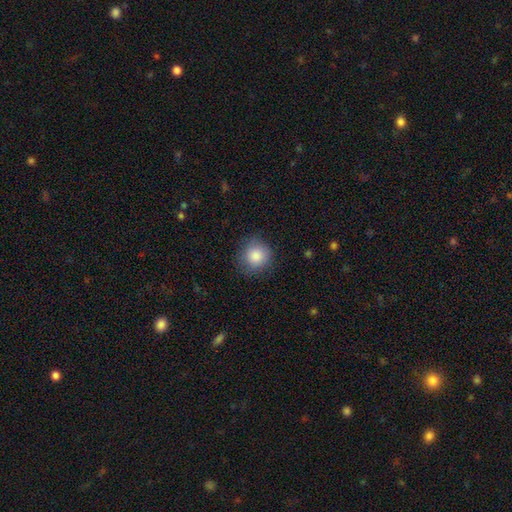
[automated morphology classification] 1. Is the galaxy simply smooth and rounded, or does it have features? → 86% smooth, 9% star or artifact, 5% featured or disk.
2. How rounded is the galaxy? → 91% round, 9% in between, 1% cigar-shaped.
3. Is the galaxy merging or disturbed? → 82% none, 14% minor disturbance, 3% major disturbance, 1% merger.